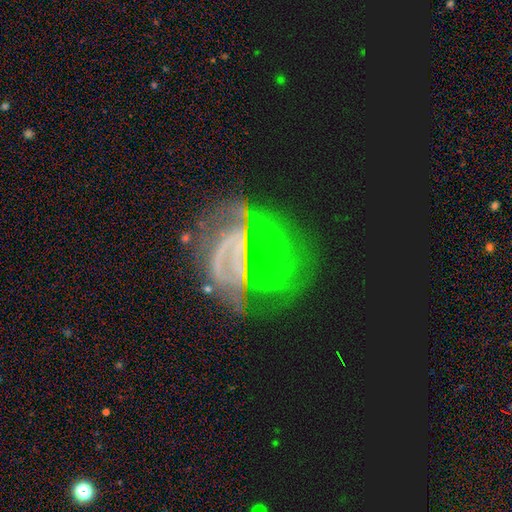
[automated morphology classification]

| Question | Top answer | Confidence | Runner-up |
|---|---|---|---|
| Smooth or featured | featured or disk | 68% | star or artifact (19%) |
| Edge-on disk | no | 94% | yes (6%) |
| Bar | strong | 40% | no (33%) |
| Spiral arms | yes | 53% | no (47%) |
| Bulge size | none | 68% | small (21%) |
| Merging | major disturbance | 46% | none (26%) |